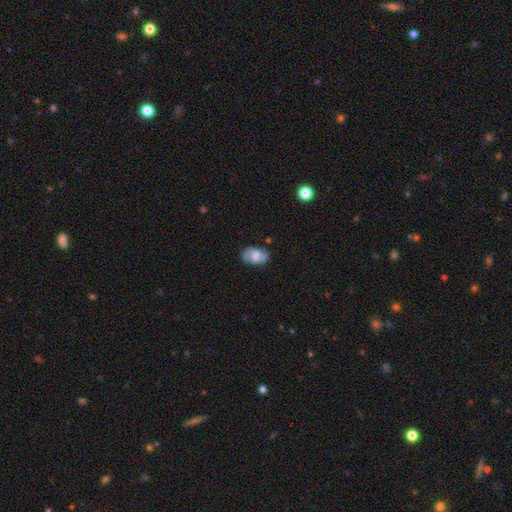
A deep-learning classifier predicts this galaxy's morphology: Smooth or featured: smooth — 51% (featured or disk — 41%)
How rounded: in between — 88% (round — 10%)
Merging: none — 72% (minor disturbance — 20%)